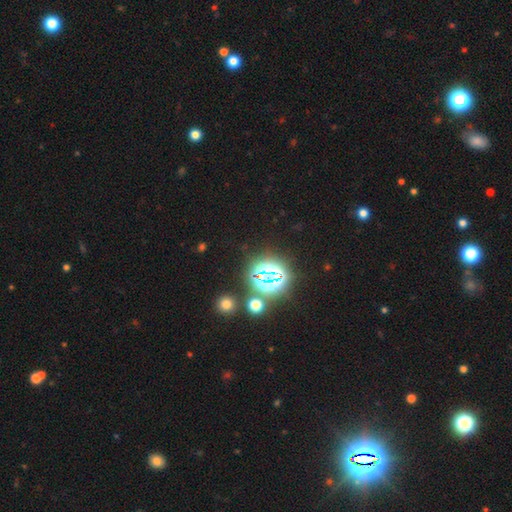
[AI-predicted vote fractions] This is likely a star or artifact rather than a galaxy (78%).